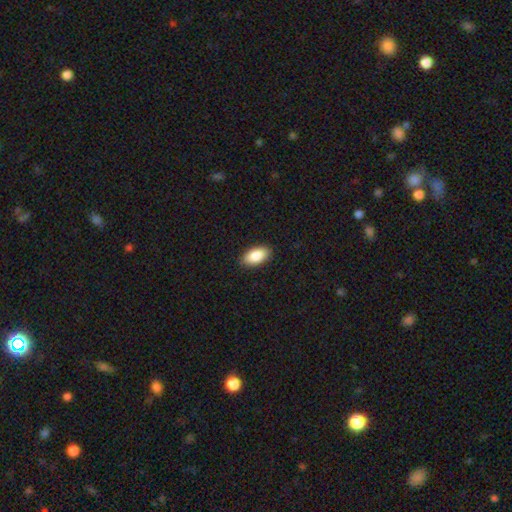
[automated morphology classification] Smooth or featured?
  - smooth: 88% *
  - star or artifact: 6%
  - featured or disk: 5%
How rounded?
  - in between: 94% *
  - round: 3%
  - cigar-shaped: 2%
Merging?
  - none: 89% *
  - minor disturbance: 8%
  - major disturbance: 2%
  - merger: 1%